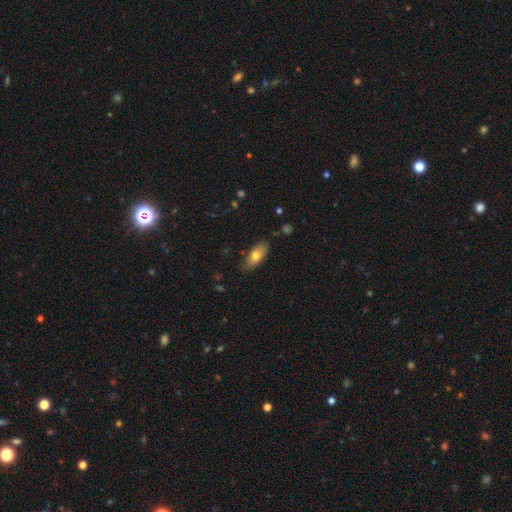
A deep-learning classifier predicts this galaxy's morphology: smooth-or-featured: smooth: 70% | featured or disk: 24% | star or artifact: 7%
  how-rounded: in between: 77% | cigar-shaped: 20% | round: 3%
  merging: none: 80% | minor disturbance: 16% | major disturbance: 3% | merger: 2%